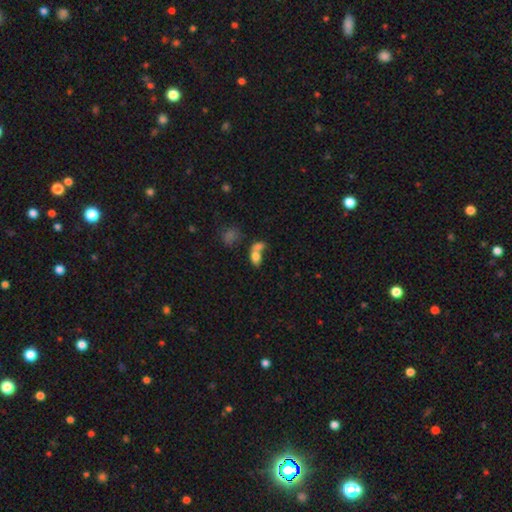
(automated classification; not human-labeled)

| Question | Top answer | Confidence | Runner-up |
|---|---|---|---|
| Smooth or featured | smooth | 75% | featured or disk (14%) |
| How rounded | in between | 82% | round (15%) |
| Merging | merger | 60% | none (25%) |